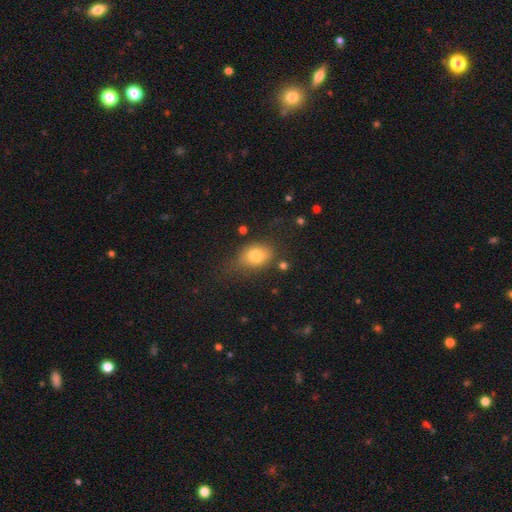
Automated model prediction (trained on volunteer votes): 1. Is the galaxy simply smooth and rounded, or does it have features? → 78% smooth, 12% featured or disk, 10% star or artifact.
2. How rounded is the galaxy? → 71% in between, 27% round, 2% cigar-shaped.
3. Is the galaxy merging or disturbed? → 63% none, 24% minor disturbance, 10% major disturbance, 3% merger.